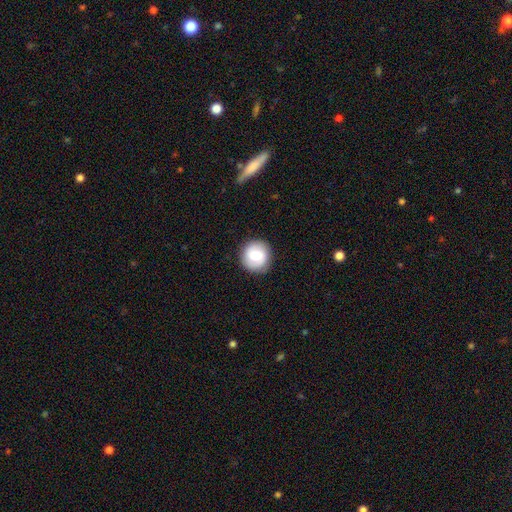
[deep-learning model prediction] Overall: smooth (66%; featured or disk 27%). How rounded: round (93%). Merging: none (89%).